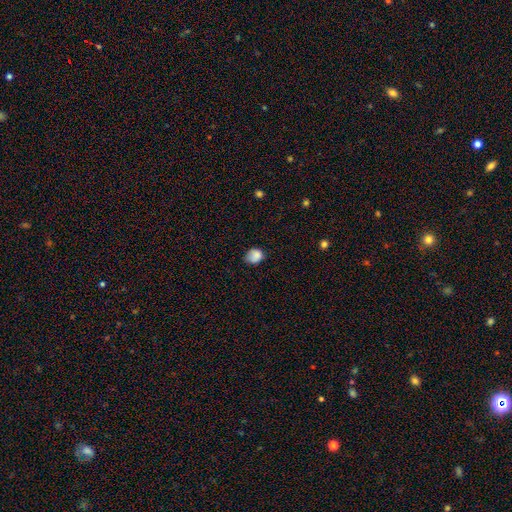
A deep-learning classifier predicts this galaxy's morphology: This appears to be a smooth galaxy with no disk features (84%) that is round (57%). Merging: none (56%).